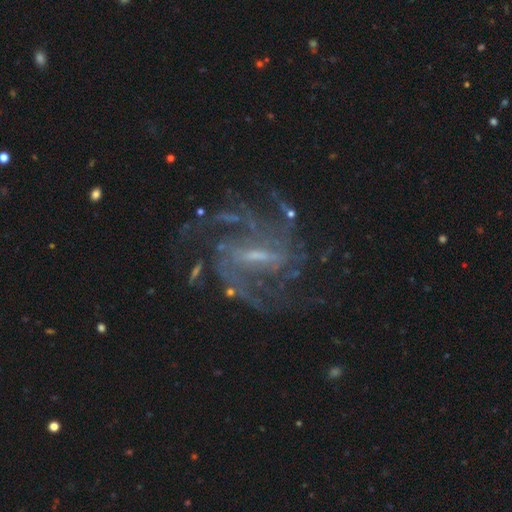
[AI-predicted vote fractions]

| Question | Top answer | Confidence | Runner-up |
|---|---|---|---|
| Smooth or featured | featured or disk | 88% | star or artifact (8%) |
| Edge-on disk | no | 96% | yes (4%) |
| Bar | weak | 45% | strong (42%) |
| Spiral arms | yes | 96% | no (4%) |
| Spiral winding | medium | 48% | tight (37%) |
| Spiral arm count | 4 | 23% | tied: can't tell (23%) |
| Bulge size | small | 55% | moderate (25%) |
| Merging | none | 69% | minor disturbance (14%) |